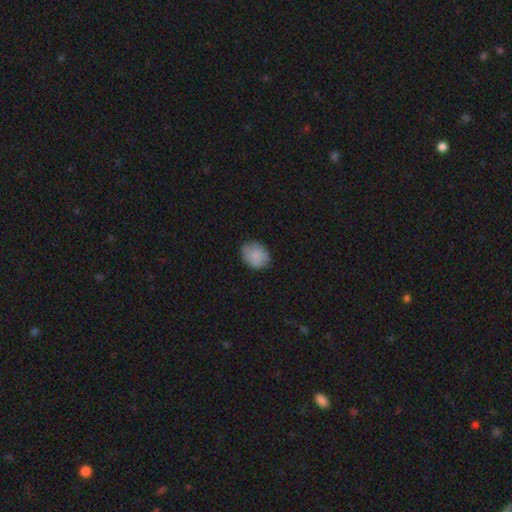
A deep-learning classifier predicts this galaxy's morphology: smooth 83%, featured or disk 10%, star or artifact 7%. Down the decision tree: how rounded — round (50%); merging — none (76%).